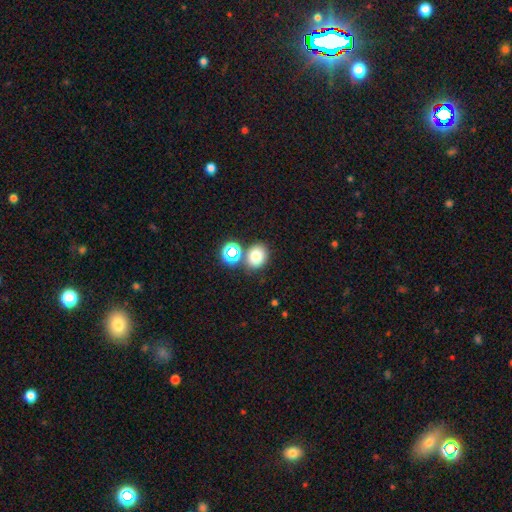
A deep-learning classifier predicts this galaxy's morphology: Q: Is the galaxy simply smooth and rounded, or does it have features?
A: smooth — 75%.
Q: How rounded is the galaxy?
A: round — 62%.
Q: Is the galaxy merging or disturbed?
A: none — 70%.